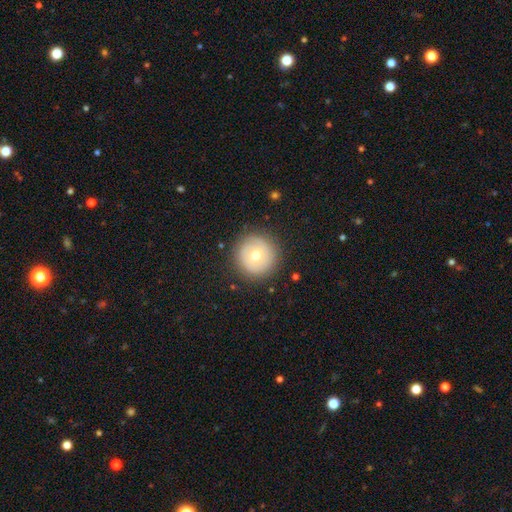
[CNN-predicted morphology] This appears to be a smooth galaxy with no disk features (54%) that is round (96%). Merging: none (86%).